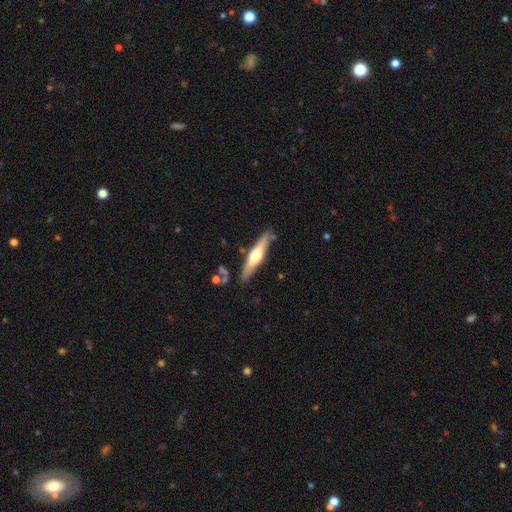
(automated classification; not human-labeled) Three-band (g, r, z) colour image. It shows a featured or disk galaxy (56%) viewed edge-on (93%) with a rounded central bulge (89%). Merging: none (83%).